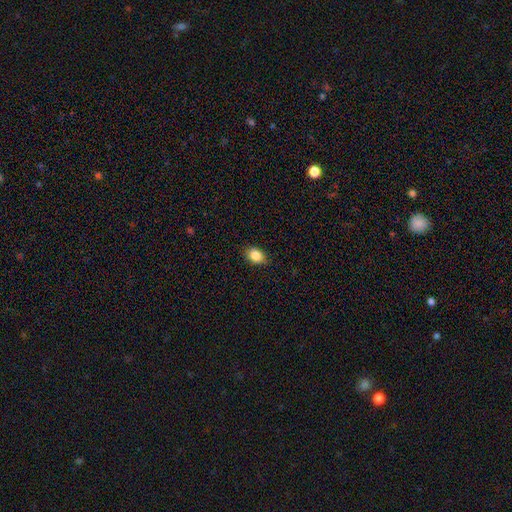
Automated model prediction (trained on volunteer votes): Overall: smooth (85%). How rounded: in between (69%; round 30%). Merging: none (86%).